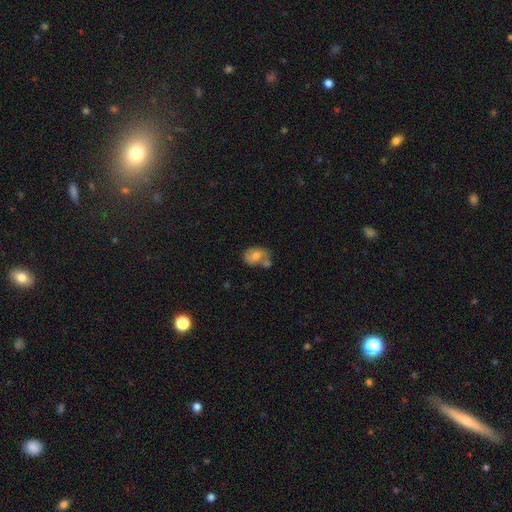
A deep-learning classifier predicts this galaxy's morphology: A featured or disk galaxy (46%).

Vote fractions:
- Smooth or featured? featured or disk: 46% / smooth: 45% / star or artifact: 8%
- Merging? none: 39% / merger: 29% / minor disturbance: 21% / major disturbance: 10%